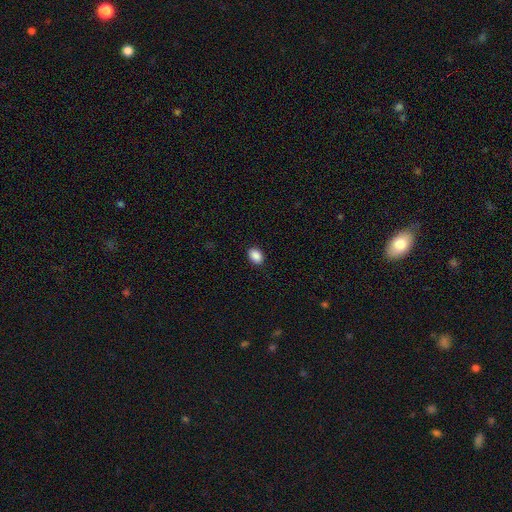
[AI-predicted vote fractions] The model was most divided on "how rounded": in between: 77%, round: 22%, cigar-shaped: 1%. More confident: merging — none (90%); smooth or featured — smooth (89%).